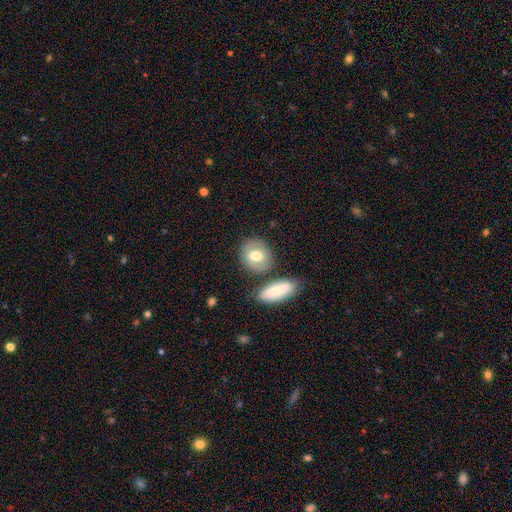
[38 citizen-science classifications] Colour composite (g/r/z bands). It shows a smooth galaxy with no disk features (68%) that is round (46%, tied with in between). Merging: none (64%).